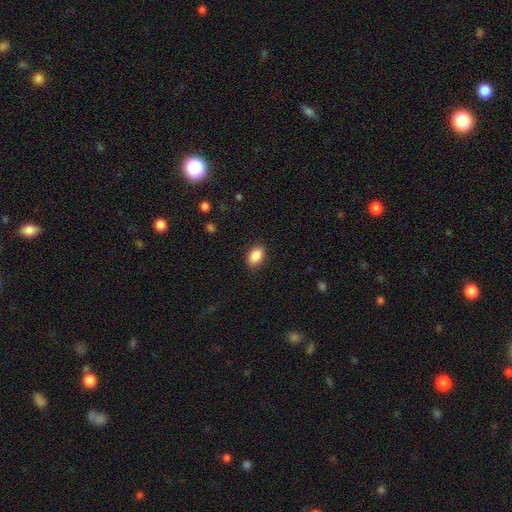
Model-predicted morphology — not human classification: Smooth or featured? Predicted: smooth (p=0.88). How rounded? Predicted: in between (p=0.84). Merging? Predicted: none (p=0.88).